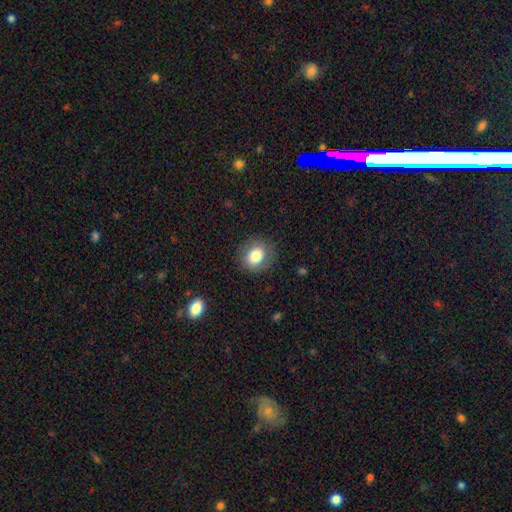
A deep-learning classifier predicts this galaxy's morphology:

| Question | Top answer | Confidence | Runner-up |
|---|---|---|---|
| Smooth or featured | smooth | 80% | featured or disk (10%) |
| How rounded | round | 75% | in between (24%) |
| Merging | none | 86% | minor disturbance (10%) |